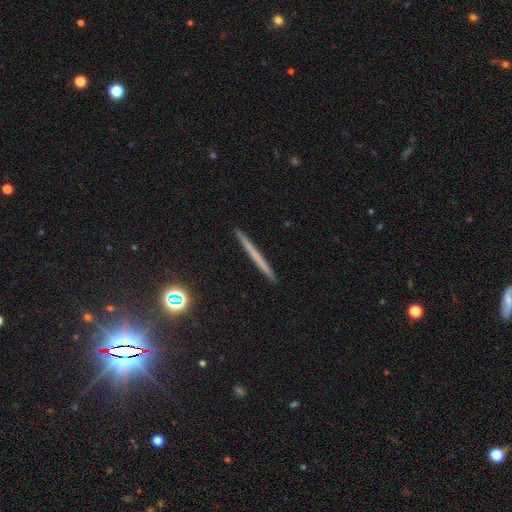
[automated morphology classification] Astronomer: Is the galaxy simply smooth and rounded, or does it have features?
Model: smooth — 45% (runner-up: featured or disk, 44%).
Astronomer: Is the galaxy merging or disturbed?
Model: none — 93%.